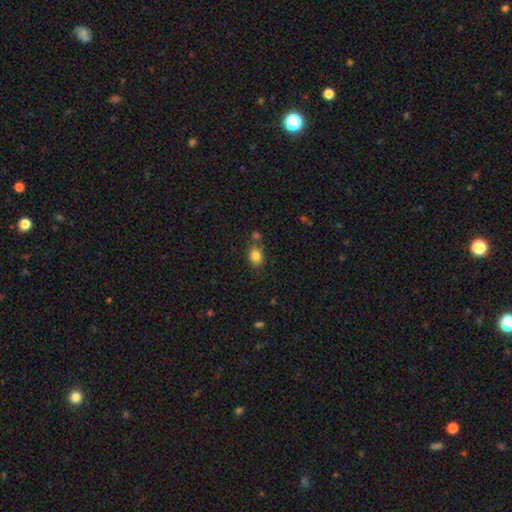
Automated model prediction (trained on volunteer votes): Smooth or featured?
  - smooth: 84% *
  - star or artifact: 10%
  - featured or disk: 6%
How rounded?
  - in between: 55% *
  - round: 44%
  - cigar-shaped: 1%
Merging?
  - none: 67% *
  - minor disturbance: 15%
  - merger: 14%
  - major disturbance: 4%